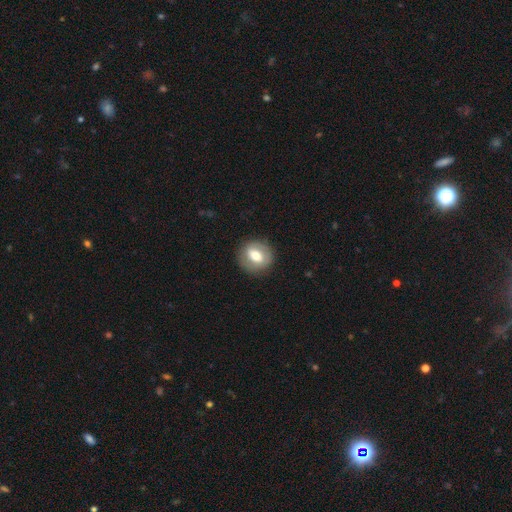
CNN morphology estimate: A smooth galaxy with no disk features (55%) that is round (74%). Merging: none (86%).